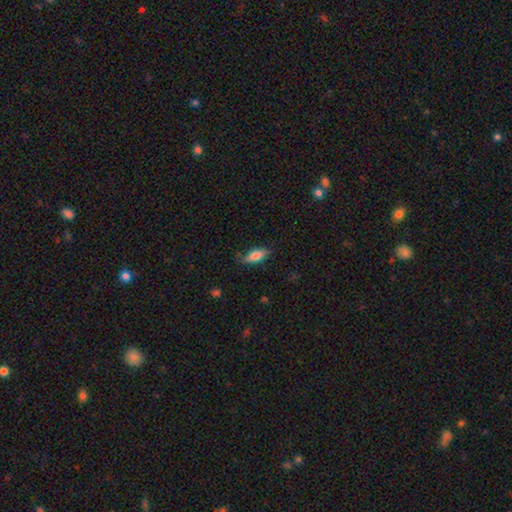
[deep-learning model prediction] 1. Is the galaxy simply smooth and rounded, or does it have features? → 76% smooth, 17% featured or disk, 7% star or artifact.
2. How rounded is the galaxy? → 70% in between, 28% cigar-shaped, 2% round.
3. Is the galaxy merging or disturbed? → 75% none, 19% minor disturbance, 4% major disturbance, 2% merger.